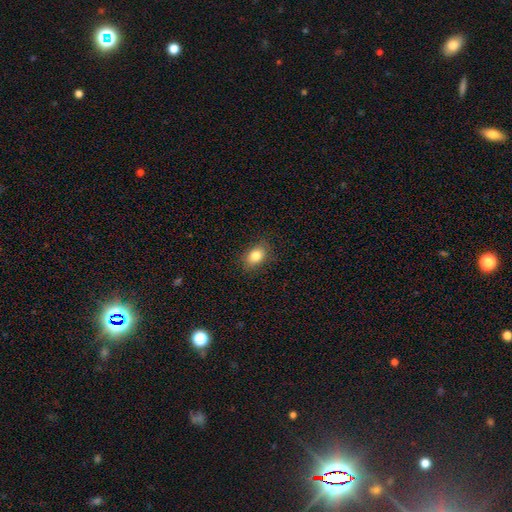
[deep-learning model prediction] Q: Smooth or featured?
A: smooth (83%); runner-up: star or artifact (9%)
Q: How rounded?
A: in between (77%); runner-up: round (21%)
Q: Merging?
A: none (85%); runner-up: minor disturbance (11%)